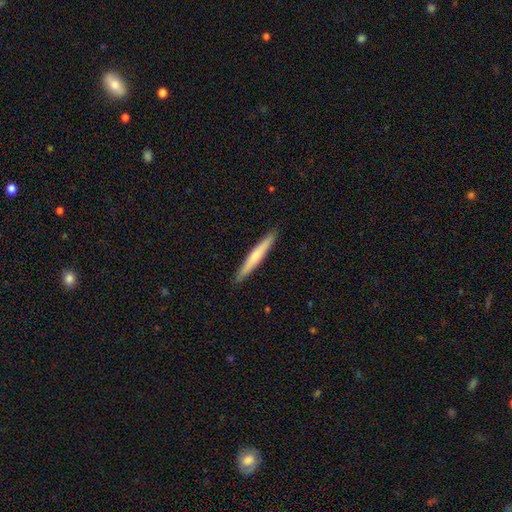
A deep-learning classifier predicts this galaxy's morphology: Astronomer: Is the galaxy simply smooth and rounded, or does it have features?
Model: smooth — 55% (runner-up: featured or disk, 39%).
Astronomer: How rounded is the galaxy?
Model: cigar-shaped — 96%.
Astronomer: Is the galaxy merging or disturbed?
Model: none — 91%.